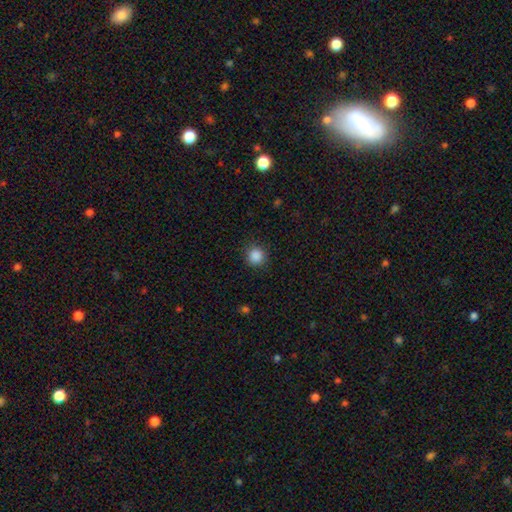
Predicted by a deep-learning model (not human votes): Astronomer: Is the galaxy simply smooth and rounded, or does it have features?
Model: smooth — 88%.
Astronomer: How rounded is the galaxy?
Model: round — 93%.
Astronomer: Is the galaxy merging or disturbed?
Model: none — 90%.